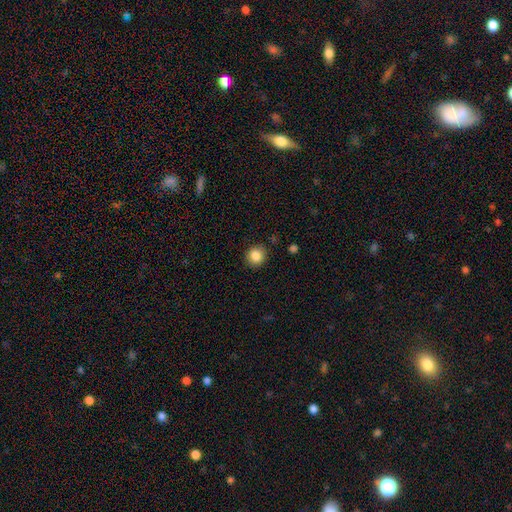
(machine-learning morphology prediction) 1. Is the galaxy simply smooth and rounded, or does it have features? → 86% smooth, 10% star or artifact, 4% featured or disk.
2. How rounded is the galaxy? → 87% round, 12% in between, 1% cigar-shaped.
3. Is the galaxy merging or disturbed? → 88% none, 8% minor disturbance, 2% major disturbance, 1% merger.